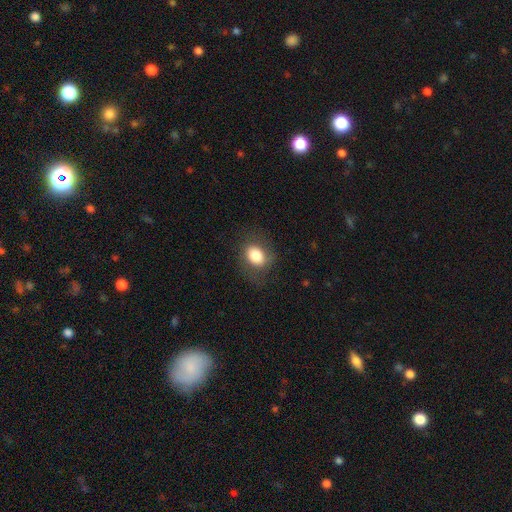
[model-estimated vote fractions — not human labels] Smooth or featured? Predicted: smooth (p=0.79). How rounded? Predicted: in between (p=0.57). Merging? Predicted: none (p=0.73).